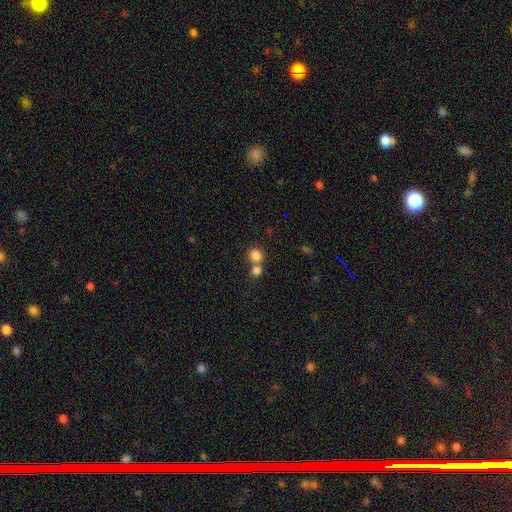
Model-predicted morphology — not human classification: This is clearly a smooth galaxy (82%). How rounded: clearly round (86%). Merging: possibly none (50%).